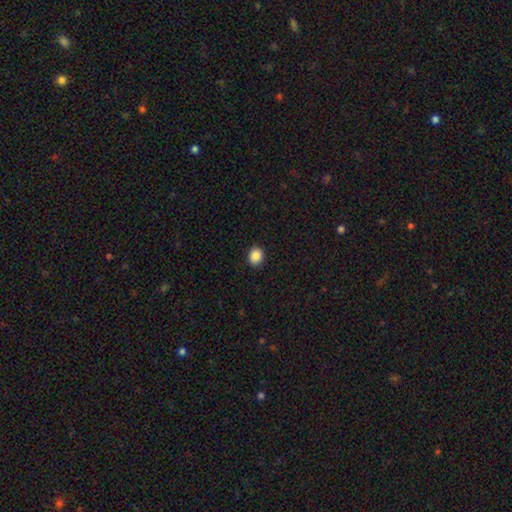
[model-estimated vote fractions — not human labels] Smooth or featured?
  - smooth: 88% *
  - star or artifact: 9%
  - featured or disk: 3%
How rounded?
  - round: 70% *
  - in between: 30%
  - cigar-shaped: 1%
Merging?
  - none: 91% *
  - minor disturbance: 7%
  - major disturbance: 2%
  - merger: 1%